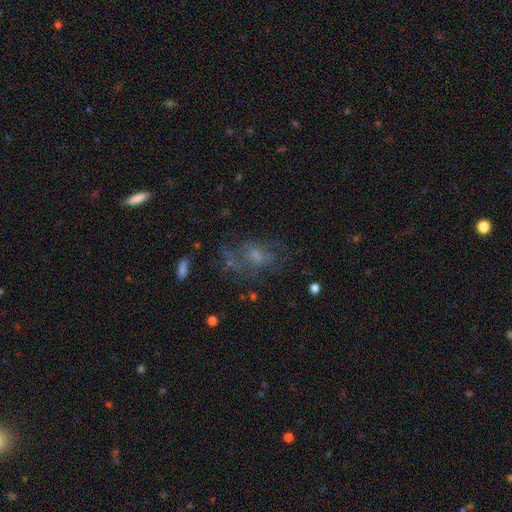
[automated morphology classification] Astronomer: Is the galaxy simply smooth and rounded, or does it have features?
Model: featured or disk — 48% (runner-up: smooth, 26%).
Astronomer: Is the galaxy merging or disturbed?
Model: none — 58%.